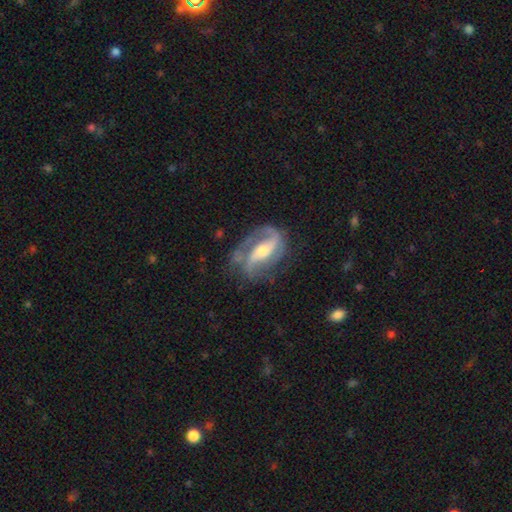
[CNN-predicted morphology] smooth_or_featured: featured or disk (p=0.88) [alt: smooth p=0.07]
disk_edge_on: no (p=0.96) [alt: yes p=0.04]
bar: strong (p=0.48) [alt: weak p=0.34]
has_spiral_arms: yes (p=0.95) [alt: no p=0.05]
spiral_winding: medium (p=0.48) [alt: loose p=0.29]
spiral_arm_count: 2 (p=0.79) [alt: 1 p=0.08]
bulge_size: moderate (p=0.61) [alt: small p=0.32]
merging: none (p=0.62) [alt: minor disturbance p=0.21]